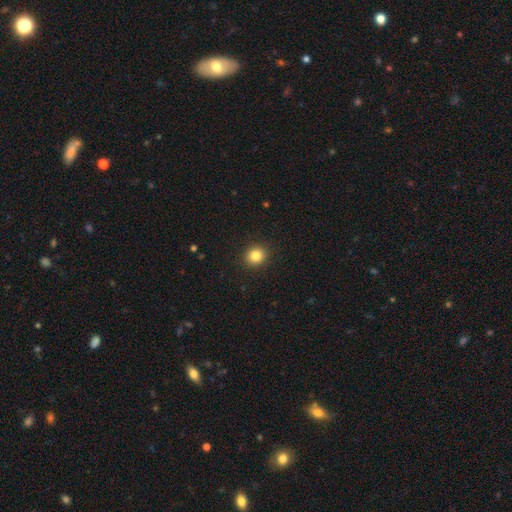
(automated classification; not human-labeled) smooth-or-featured: smooth: 83% | star or artifact: 11% | featured or disk: 6%
  how-rounded: round: 84% | in between: 15% | cigar-shaped: 1%
  merging: none: 92% | minor disturbance: 5% | major disturbance: 2% | merger: 1%